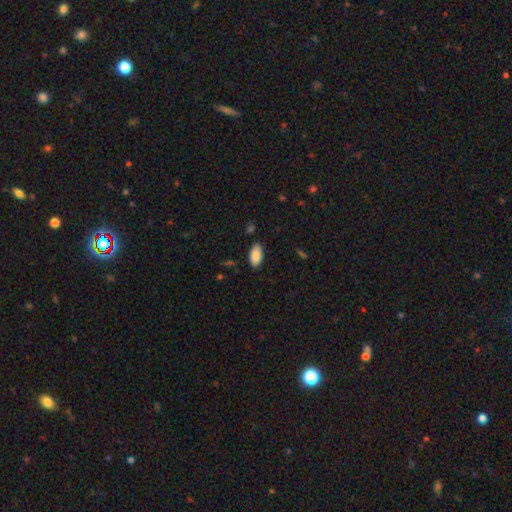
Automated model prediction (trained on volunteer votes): A smooth galaxy with no disk features (86%) that is in between round and cigar-shaped (94%). Merging: none (86%).